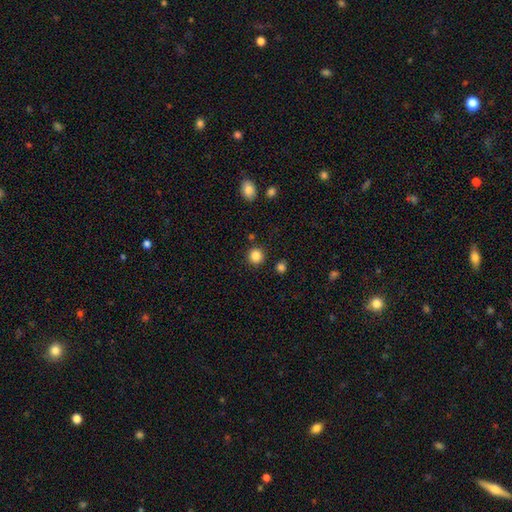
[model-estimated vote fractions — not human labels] Smooth or featured? smooth (85%)
How rounded? round (92%)
Merging? none (89%)